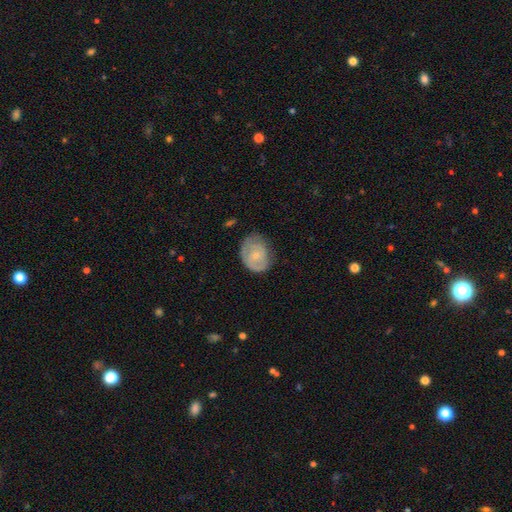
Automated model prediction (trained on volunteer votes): Smooth or featured? Predicted: featured or disk (p=0.48). Merging? Predicted: none (p=0.60).